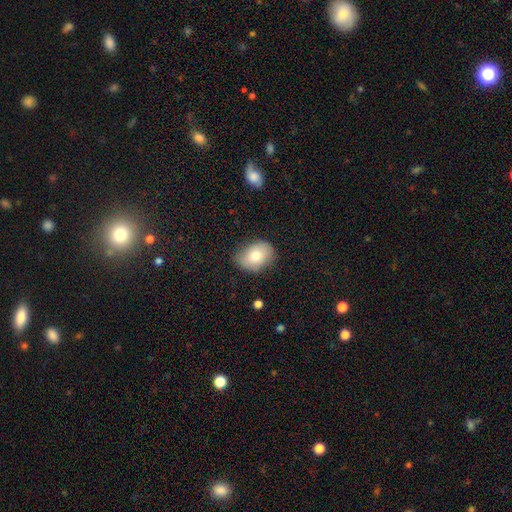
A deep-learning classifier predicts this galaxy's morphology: Smooth or featured?
  - smooth: 75% *
  - featured or disk: 17%
  - star or artifact: 8%
How rounded?
  - in between: 76% *
  - round: 23%
  - cigar-shaped: 1%
Merging?
  - none: 78% *
  - minor disturbance: 17%
  - major disturbance: 4%
  - merger: 1%